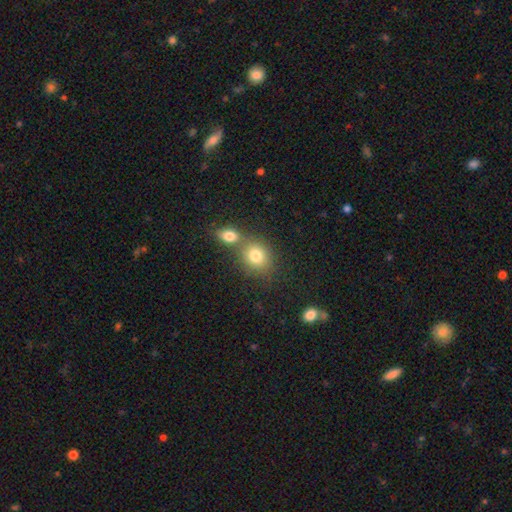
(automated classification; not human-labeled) smooth 79%, star or artifact 11%, featured or disk 10%. Down the decision tree: how rounded — round (65%); merging — none (50%).